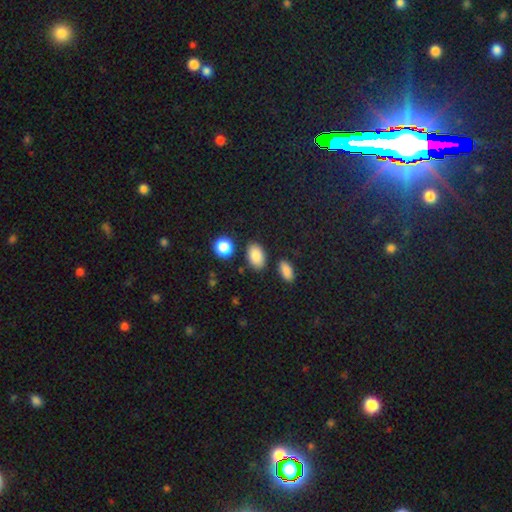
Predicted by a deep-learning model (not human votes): Smooth or featured? Predicted: smooth (p=0.86). How rounded? Predicted: in between (p=0.89). Merging? Predicted: none (p=0.83).